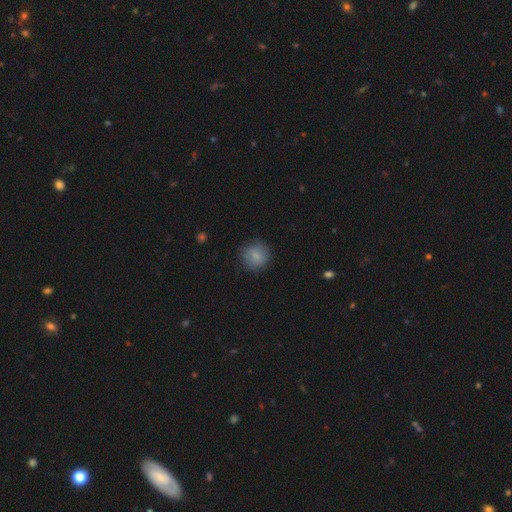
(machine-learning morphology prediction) smooth 83%, star or artifact 8%, featured or disk 8%. Down the decision tree: how rounded — round (91%); merging — none (82%).